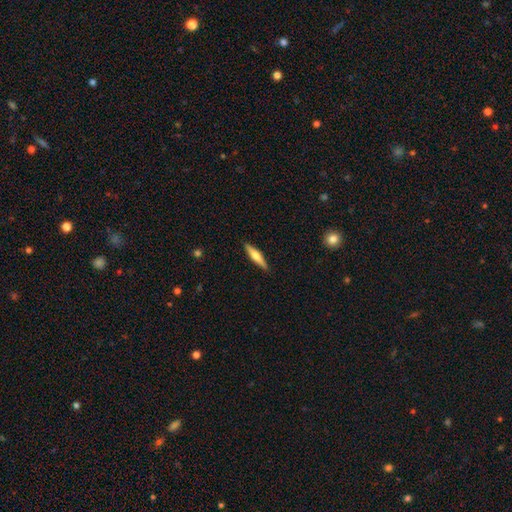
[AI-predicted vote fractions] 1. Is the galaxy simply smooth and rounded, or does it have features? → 49% smooth, 45% featured or disk, 6% star or artifact.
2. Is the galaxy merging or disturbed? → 90% none, 8% minor disturbance, 2% major disturbance, 1% merger.